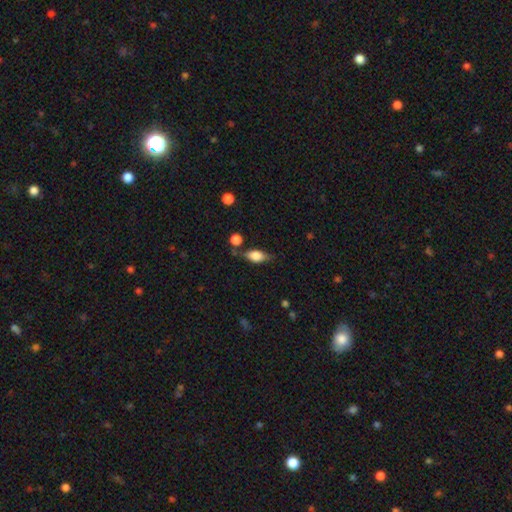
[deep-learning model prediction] Q: Smooth or featured?
A: smooth (66%); runner-up: featured or disk (26%)
Q: How rounded?
A: in between (79%); runner-up: cigar-shaped (14%)
Q: Merging?
A: none (66%); runner-up: minor disturbance (21%)